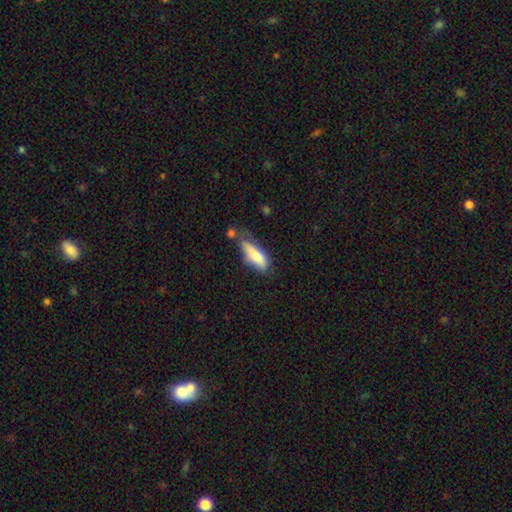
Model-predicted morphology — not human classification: The model was most divided on "merging": none: 40%, minor disturbance: 33%, major disturbance: 14%, merger: 13%. More confident: smooth or featured — smooth (80%); how rounded — in between (56%).